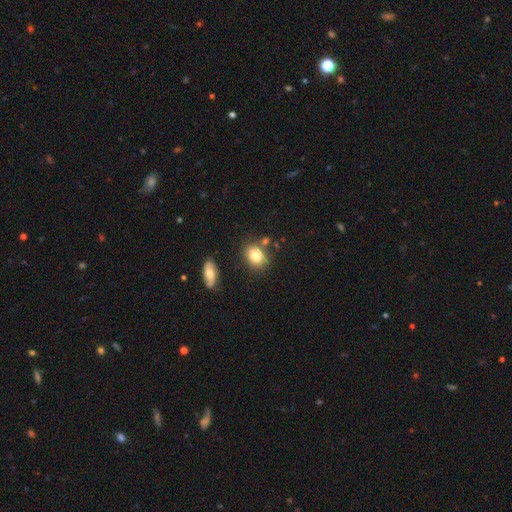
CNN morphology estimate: A smooth galaxy with no disk features (80%) that is in between round and cigar-shaped (57%). Merging: none (74%).